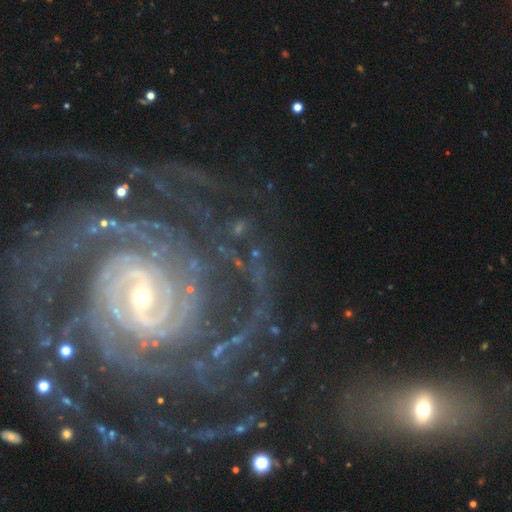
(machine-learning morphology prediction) A featured or disk galaxy (90%) with a weak bar (39%), tight (72%) spiral arms (98%) and a small central bulge (63%). Merging: none (66%).